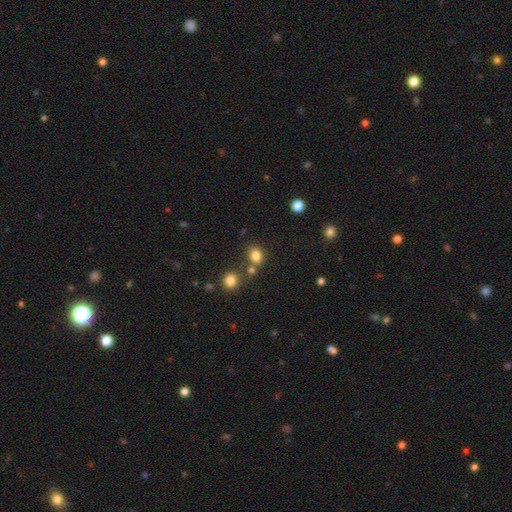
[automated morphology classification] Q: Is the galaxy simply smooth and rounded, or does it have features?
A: smooth — 81%.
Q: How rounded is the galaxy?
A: in between — 59%.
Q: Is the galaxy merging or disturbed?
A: none — 63%.